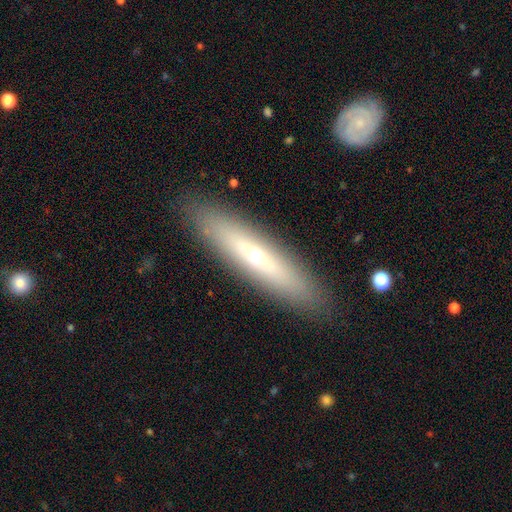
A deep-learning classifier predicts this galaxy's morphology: smooth-or-featured: featured or disk: 47% | smooth: 45% | star or artifact: 8%
  merging: none: 89% | minor disturbance: 7% | major disturbance: 3% | merger: 1%